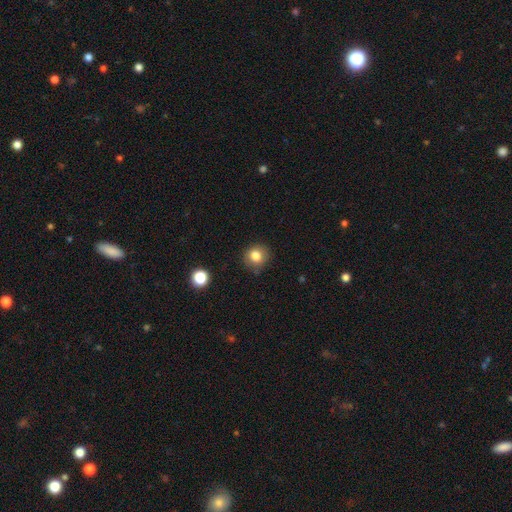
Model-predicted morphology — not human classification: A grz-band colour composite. It shows a smooth galaxy with no disk features (82%) that is round (85%). Merging: none (78%).